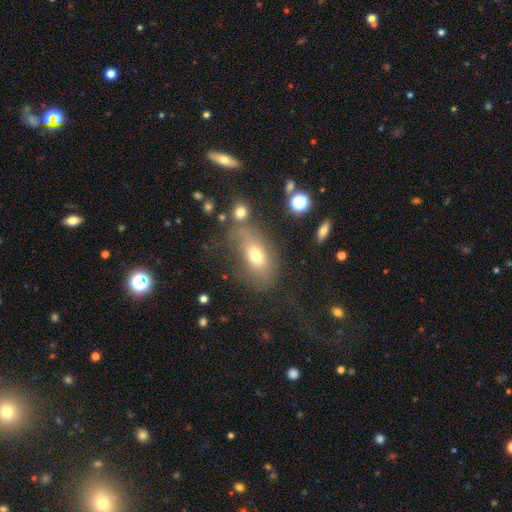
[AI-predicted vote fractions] A smooth galaxy with no disk features (62%) that is in between round and cigar-shaped (83%). Merging: none (43%).